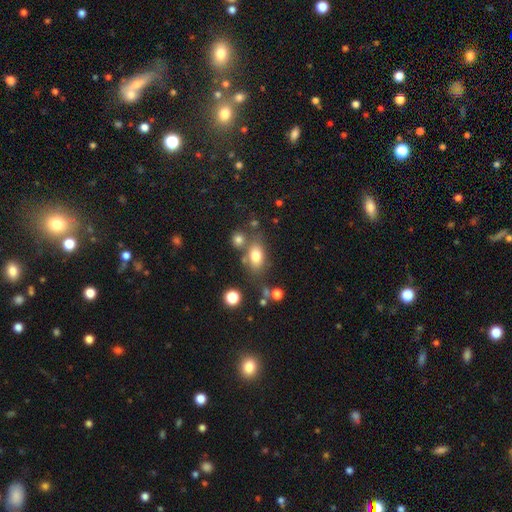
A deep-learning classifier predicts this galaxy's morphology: Overall: smooth (77%). How rounded: in between (78%). Merging: none (62%).